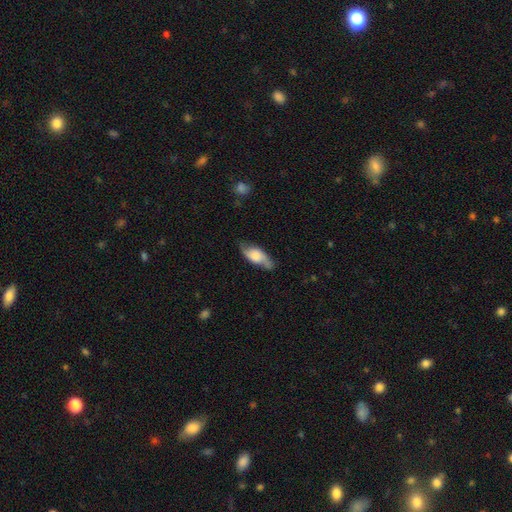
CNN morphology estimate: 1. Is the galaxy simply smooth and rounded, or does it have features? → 51% featured or disk, 42% smooth, 7% star or artifact.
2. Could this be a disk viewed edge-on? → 74% no, 26% yes.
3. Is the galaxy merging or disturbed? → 72% none, 20% minor disturbance, 6% major disturbance, 2% merger.